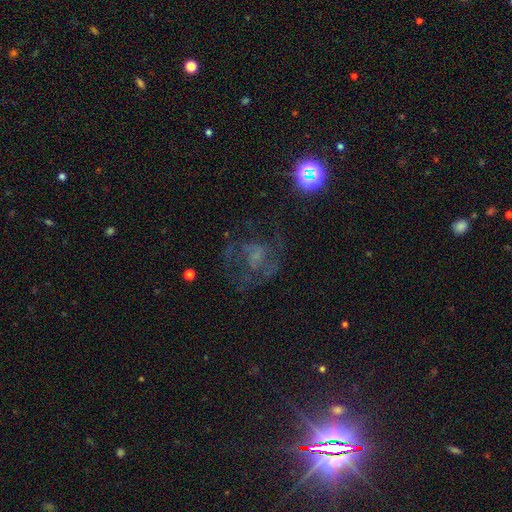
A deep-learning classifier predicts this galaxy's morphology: The model was most divided on "merging": none: 54%, major disturbance: 27%, minor disturbance: 17%, merger: 2%. More confident: edge-on disk — no (98%); bar — no (69%); spiral arms — yes (65%); smooth or featured — featured or disk (59%); bulge size — none (58%).